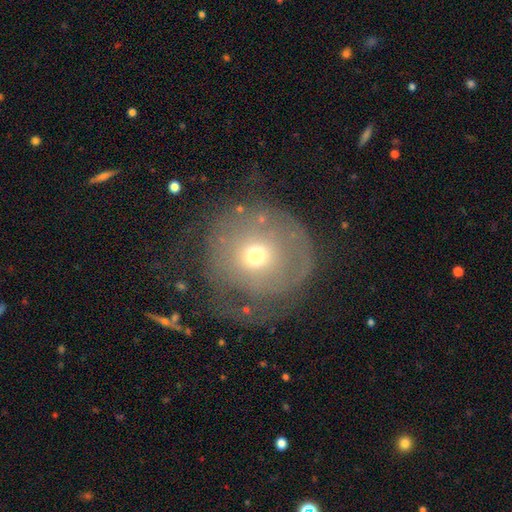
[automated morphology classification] Smooth or featured: smooth — 45% (featured or disk — 44%)
Merging: none — 43% (major disturbance — 35%)